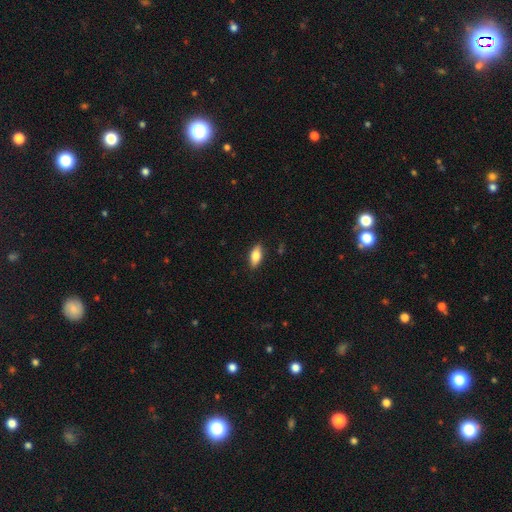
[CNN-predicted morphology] This is likely a smooth galaxy (77%). How rounded: clearly in between (84%). Merging: clearly none (86%).